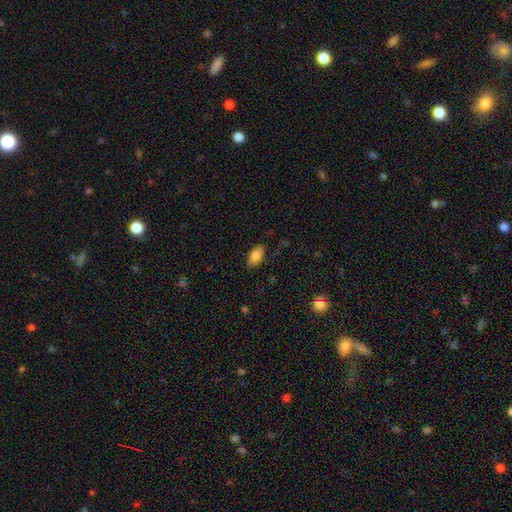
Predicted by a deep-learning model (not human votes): smooth-or-featured: smooth: 84% | featured or disk: 8% | star or artifact: 8%
  how-rounded: in between: 93% | round: 4% | cigar-shaped: 3%
  merging: none: 85% | minor disturbance: 11% | major disturbance: 3% | merger: 1%